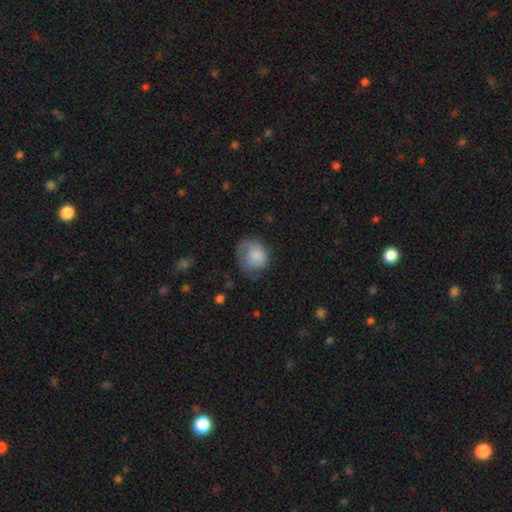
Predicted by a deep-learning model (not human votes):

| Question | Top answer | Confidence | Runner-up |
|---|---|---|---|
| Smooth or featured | smooth | 76% | featured or disk (17%) |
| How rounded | round | 65% | in between (35%) |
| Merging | none | 42% | minor disturbance (33%) |